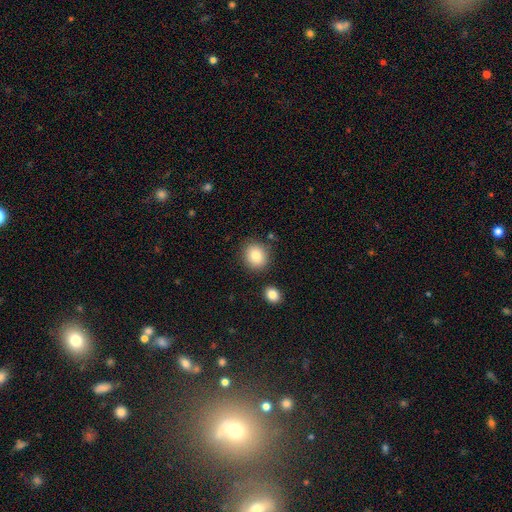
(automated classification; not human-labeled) smooth 85%, star or artifact 8%, featured or disk 7%. Down the decision tree: how rounded — round (73%); merging — none (82%).